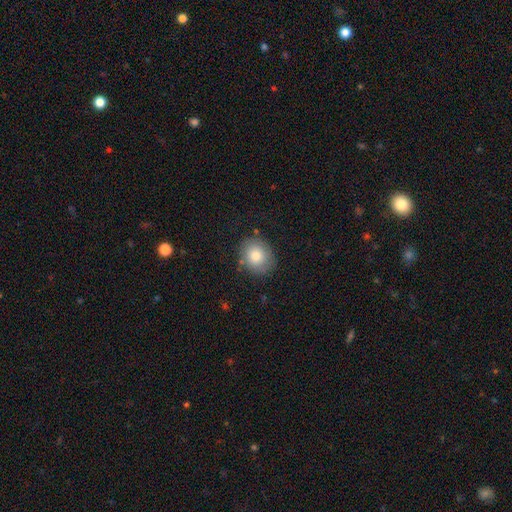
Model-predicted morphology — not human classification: Q: Smooth or featured?
A: smooth (79%); runner-up: featured or disk (13%)
Q: How rounded?
A: round (69%); runner-up: in between (30%)
Q: Merging?
A: none (81%); runner-up: minor disturbance (13%)